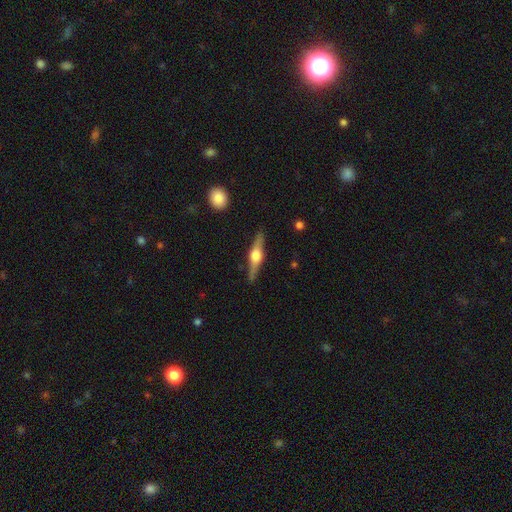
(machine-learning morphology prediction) A featured or disk galaxy (76%) viewed edge-on (97%) with a rounded central bulge (92%).

Vote fractions:
- Smooth or featured? featured or disk: 76% / smooth: 19% / star or artifact: 5%
- Edge-on disk? yes: 97% / no: 3%
- Edge-on bulge? rounded: 92% / boxy: 7% / none: 2%
- Merging? none: 87% / minor disturbance: 9% / major disturbance: 2% / merger: 1%